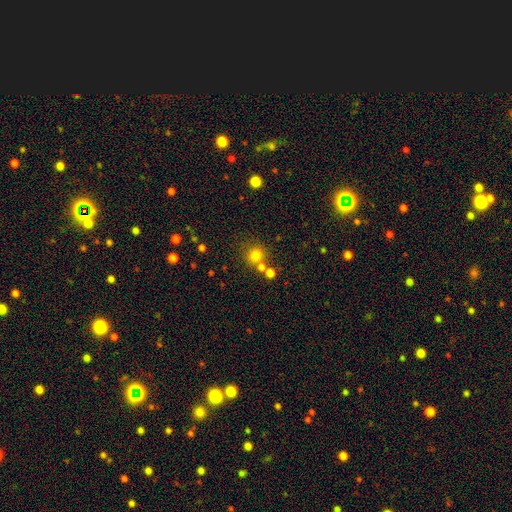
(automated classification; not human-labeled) Smooth or featured? smooth (76%)
How rounded? round (89%)
Merging? none (65%)